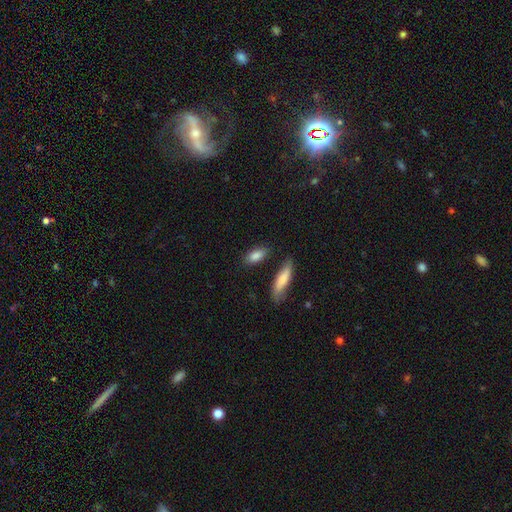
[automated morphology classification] Smooth or featured? Predicted: smooth (p=0.85). How rounded? Predicted: in between (p=0.78). Merging? Predicted: none (p=0.77).